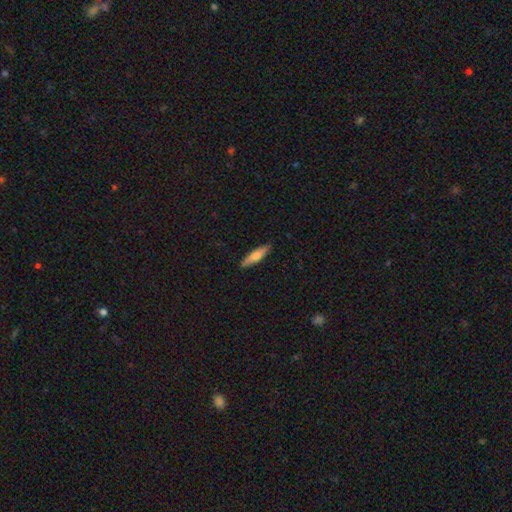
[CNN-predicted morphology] type=smooth (70%); roundness=cigar-shaped (71%); merging=none (88%).